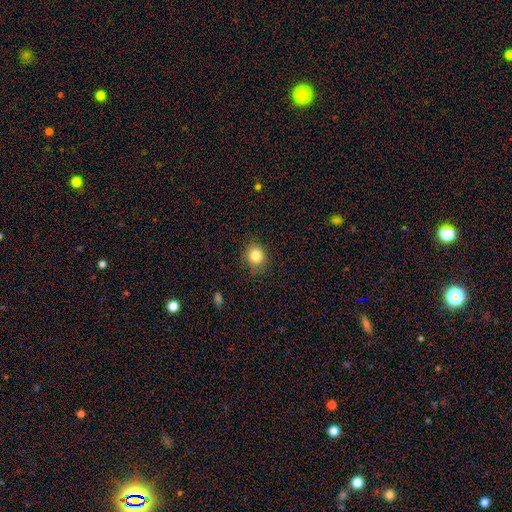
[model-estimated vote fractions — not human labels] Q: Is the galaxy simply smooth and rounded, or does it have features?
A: smooth — 84%.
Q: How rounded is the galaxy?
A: round — 67%.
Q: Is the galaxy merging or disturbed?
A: none — 84%.